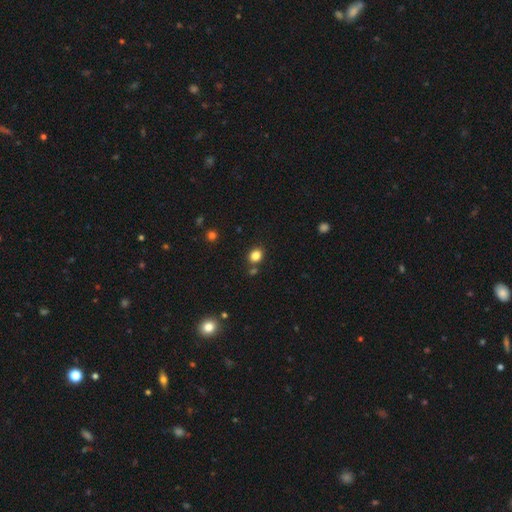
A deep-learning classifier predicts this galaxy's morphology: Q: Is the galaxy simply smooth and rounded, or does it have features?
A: smooth — 83%.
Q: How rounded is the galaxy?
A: round — 57%.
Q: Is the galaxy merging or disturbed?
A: none — 79%.